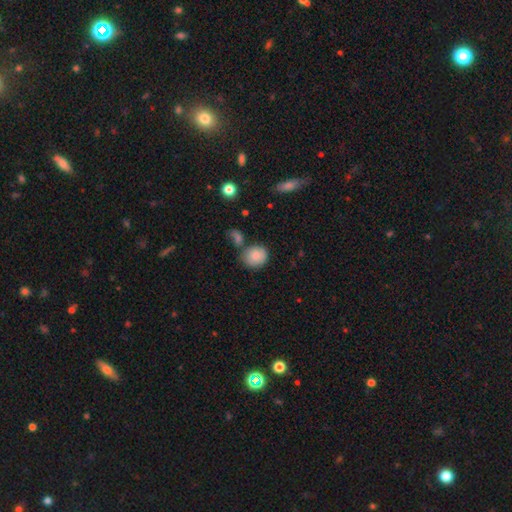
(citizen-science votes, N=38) Smooth or featured?
  - smooth: 87% *
  - star or artifact: 8%
  - featured or disk: 5%
How rounded?
  - round: 64% *
  - in between: 36%
  - cigar-shaped: 0%
Merging?
  - none: 51% *
  - merger: 26%
  - minor disturbance: 17%
  - major disturbance: 6%